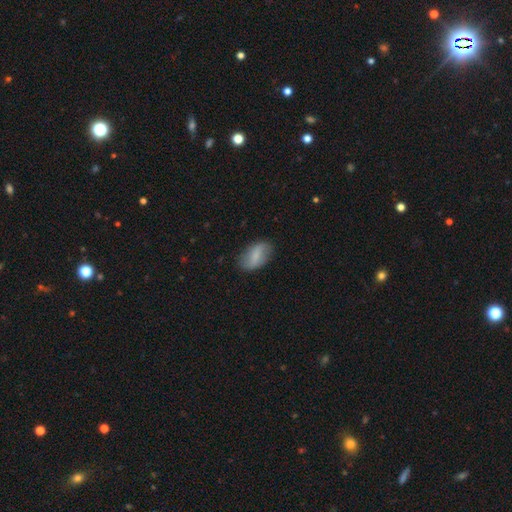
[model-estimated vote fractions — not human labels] This is likely a smooth galaxy (65%). How rounded: clearly in between (90%). Merging: likely none (78%).